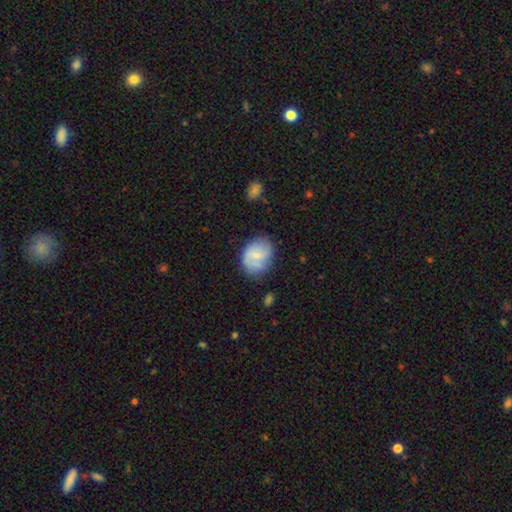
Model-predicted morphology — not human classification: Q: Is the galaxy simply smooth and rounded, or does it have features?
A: smooth — 57%.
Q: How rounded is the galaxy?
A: in between — 55%.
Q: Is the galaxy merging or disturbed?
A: none — 62%.